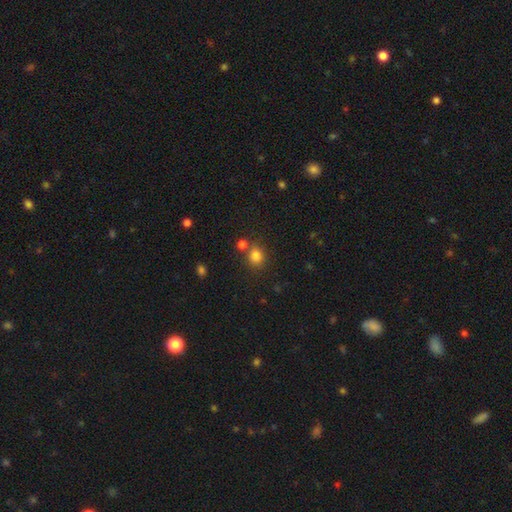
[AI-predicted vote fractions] Overall: smooth (81%). How rounded: round (77%). Merging: none (69%).